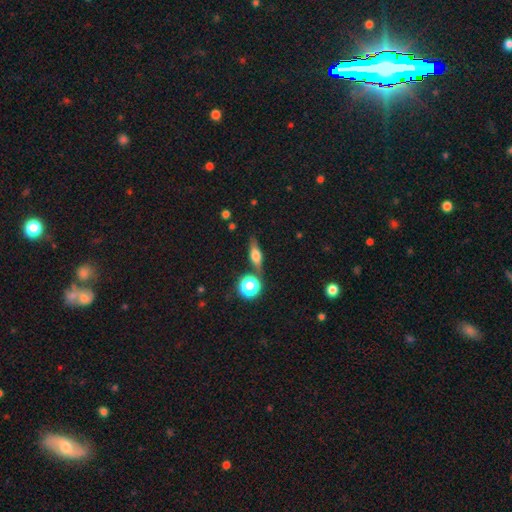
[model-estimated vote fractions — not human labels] Morphology: type=featured or disk (45%); merging=none (76%).